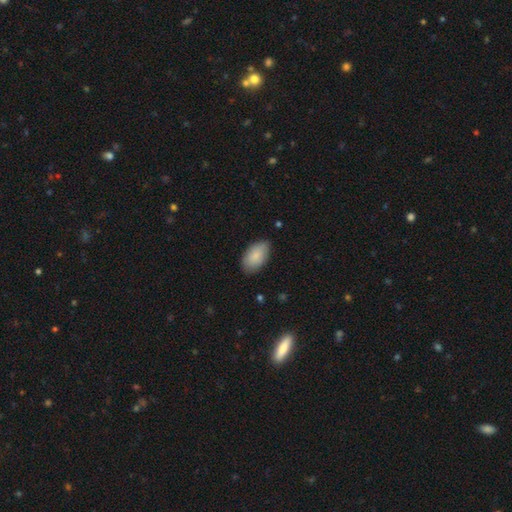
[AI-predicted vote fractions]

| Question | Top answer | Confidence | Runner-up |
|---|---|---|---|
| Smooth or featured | smooth | 87% | featured or disk (7%) |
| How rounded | in between | 95% | round (4%) |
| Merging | none | 79% | minor disturbance (17%) |